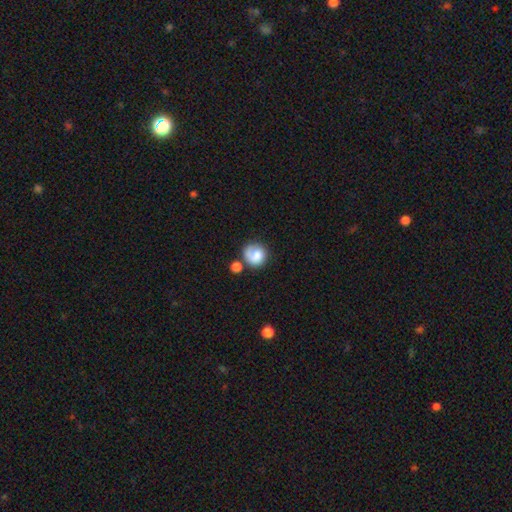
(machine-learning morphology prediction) A smooth galaxy with no disk features (69%) that is round (80%). Merging: none (51%).